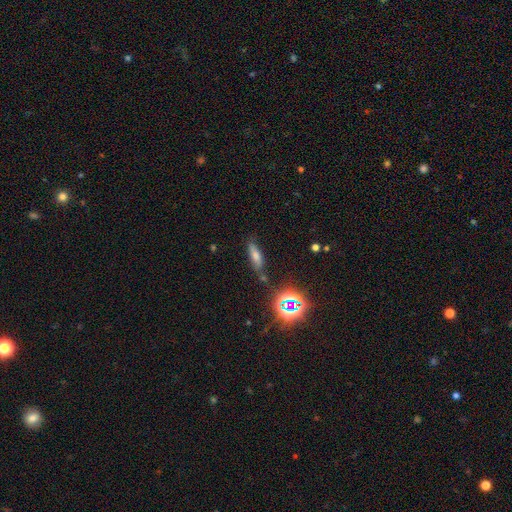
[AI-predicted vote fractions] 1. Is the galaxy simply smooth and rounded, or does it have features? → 60% smooth, 20% star or artifact, 20% featured or disk.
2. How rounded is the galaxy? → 51% cigar-shaped, 45% in between, 5% round.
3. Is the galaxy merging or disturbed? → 72% none, 16% minor disturbance, 7% merger, 5% major disturbance.